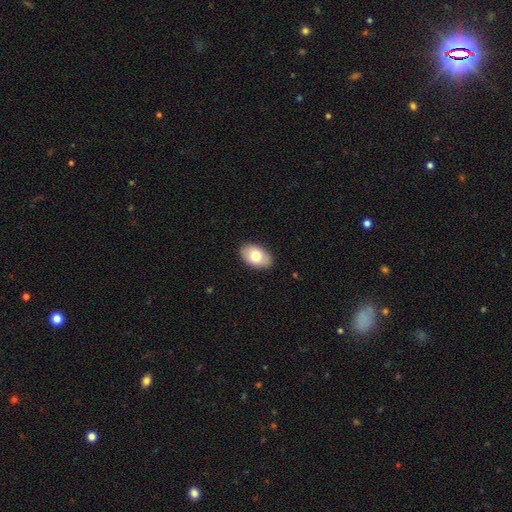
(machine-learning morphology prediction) Smooth or featured?
  - smooth: 77% *
  - featured or disk: 17%
  - star or artifact: 7%
How rounded?
  - in between: 91% *
  - round: 7%
  - cigar-shaped: 1%
Merging?
  - none: 88% *
  - minor disturbance: 9%
  - major disturbance: 2%
  - merger: 1%